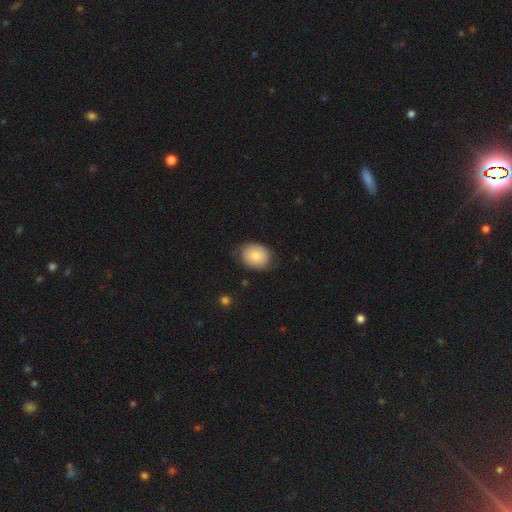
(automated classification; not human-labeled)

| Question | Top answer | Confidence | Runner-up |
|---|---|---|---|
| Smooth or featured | smooth | 77% | featured or disk (16%) |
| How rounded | in between | 51% | round (48%) |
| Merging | none | 74% | minor disturbance (21%) |